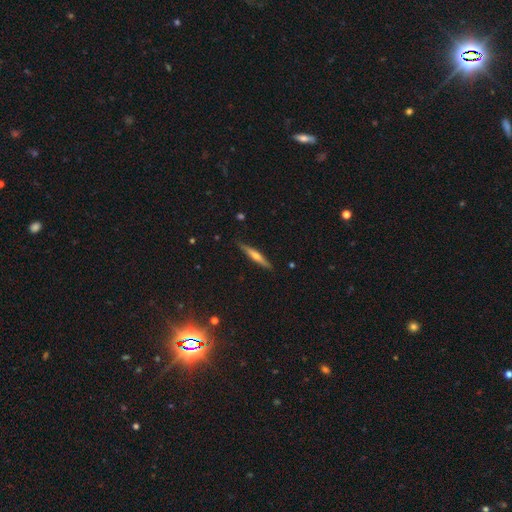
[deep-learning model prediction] Smooth or featured?
  - featured or disk: 57% *
  - smooth: 36%
  - star or artifact: 7%
Edge-on disk?
  - yes: 96% *
  - no: 4%
Edge-on bulge?
  - rounded: 77% *
  - none: 17%
  - boxy: 7%
Merging?
  - none: 88% *
  - minor disturbance: 9%
  - major disturbance: 2%
  - merger: 1%